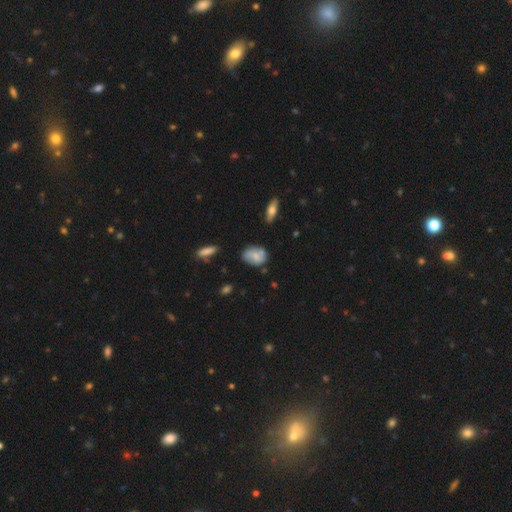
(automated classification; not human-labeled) smooth-or-featured: smooth: 53% | featured or disk: 39% | star or artifact: 8%
  how-rounded: in between: 73% | round: 24% | cigar-shaped: 3%
  merging: none: 65% | minor disturbance: 23% | merger: 7% | major disturbance: 5%